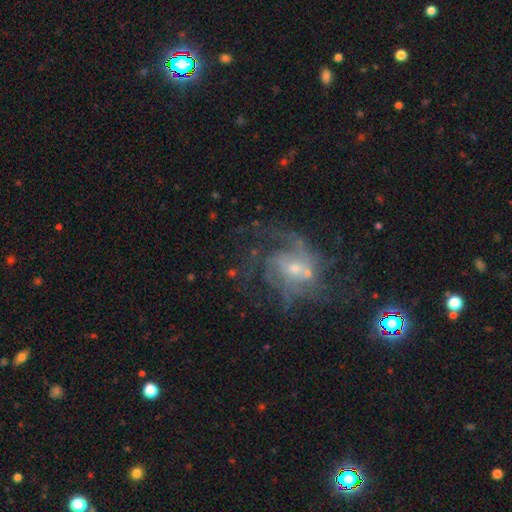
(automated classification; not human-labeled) Overall: featured or disk (72%). Edge-on disk: no (96%). Bar: no (45%; weak 43%). Spiral arms: yes (87%). Spiral arm count: can't tell (36%; 2 23%). Spiral winding: medium (45%; loose 28%). Bulge size: small (61%; moderate 28%). Merging: none (55%; major disturbance 26%).